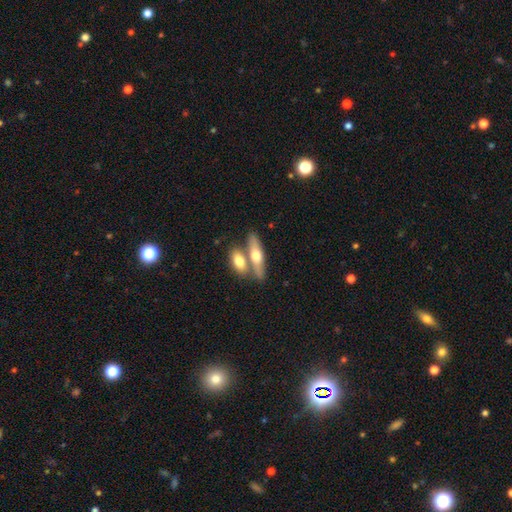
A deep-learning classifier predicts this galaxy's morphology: Smooth or featured?
  - smooth: 58% *
  - featured or disk: 37%
  - star or artifact: 5%
How rounded?
  - in between: 50% *
  - cigar-shaped: 45%
  - round: 5%
Merging?
  - none: 46% *
  - merger: 43%
  - minor disturbance: 9%
  - major disturbance: 3%